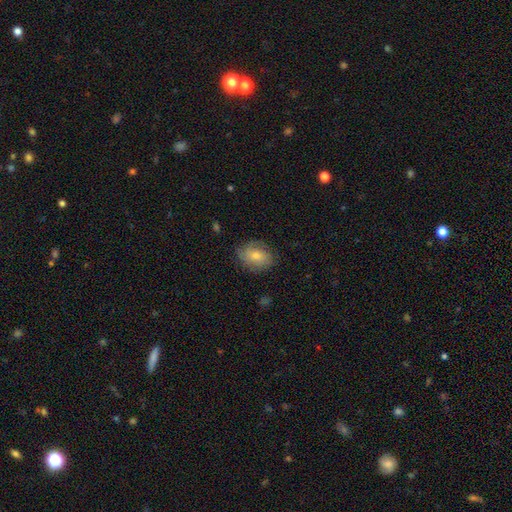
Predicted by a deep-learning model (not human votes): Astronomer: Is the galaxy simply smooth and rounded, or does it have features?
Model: smooth — 51% (runner-up: featured or disk, 38%).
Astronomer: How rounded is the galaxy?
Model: in between — 63%.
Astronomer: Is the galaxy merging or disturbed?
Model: none — 75%.